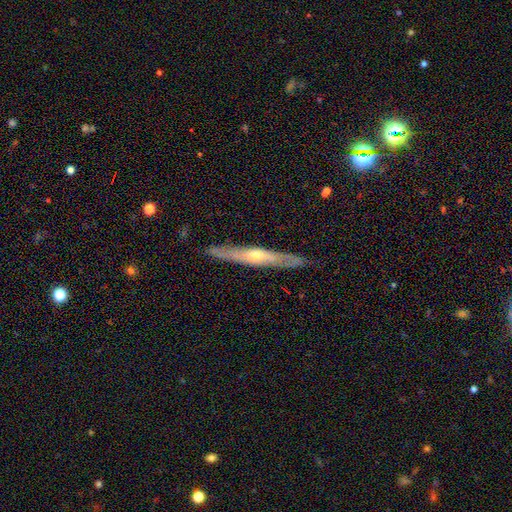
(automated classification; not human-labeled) The model was most divided on "smooth or featured": featured or disk: 67%, smooth: 27%, star or artifact: 5%. More confident: merging — none (86%); edge-on disk — yes (84%); edge-on bulge — rounded (75%).